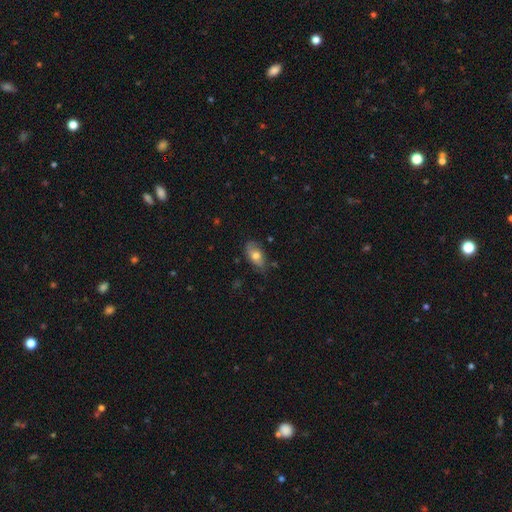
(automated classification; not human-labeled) A smooth galaxy with no disk features (66%) that is in between round and cigar-shaped (89%).

Vote fractions:
- Smooth or featured? smooth: 66% / featured or disk: 26% / star or artifact: 8%
- How rounded? in between: 89% / round: 6% / cigar-shaped: 5%
- Merging? none: 68% / minor disturbance: 24% / major disturbance: 5% / merger: 2%